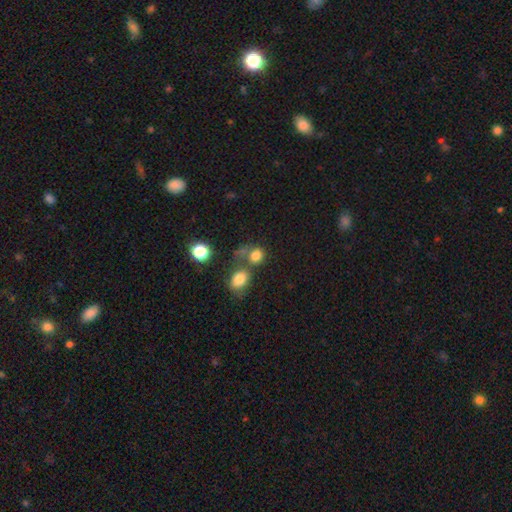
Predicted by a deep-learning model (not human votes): Q: Smooth or featured?
A: smooth (79%); runner-up: star or artifact (13%)
Q: How rounded?
A: round (62%); runner-up: in between (37%)
Q: Merging?
A: none (48%); runner-up: merger (32%)